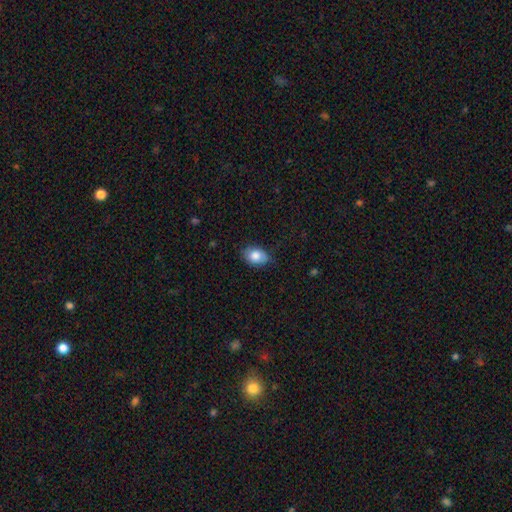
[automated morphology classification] smooth_or_featured: smooth (p=0.83) [alt: featured or disk p=0.10]
how_rounded: in between (p=0.79) [alt: round p=0.20]
merging: none (p=0.75) [alt: minor disturbance p=0.20]